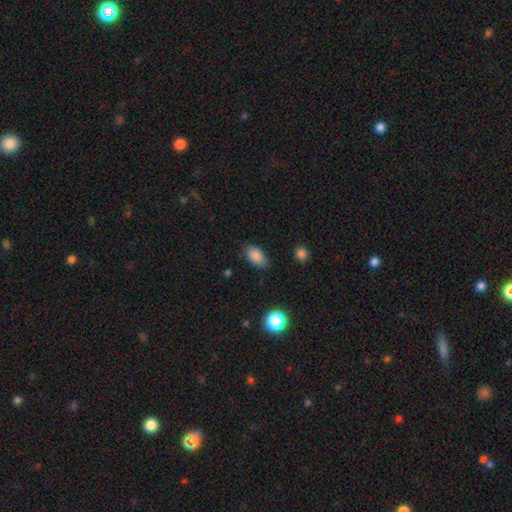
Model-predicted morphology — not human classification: This is clearly a smooth galaxy (86%). How rounded: clearly in between (90%). Merging: likely none (75%).